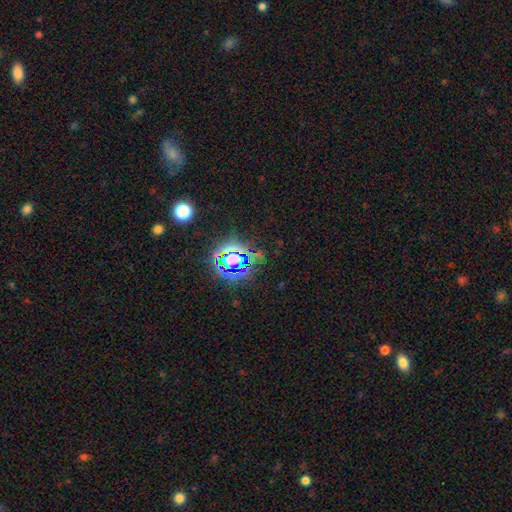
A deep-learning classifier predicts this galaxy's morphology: smooth_or_featured: star or artifact (p=0.75) [alt: smooth p=0.16]